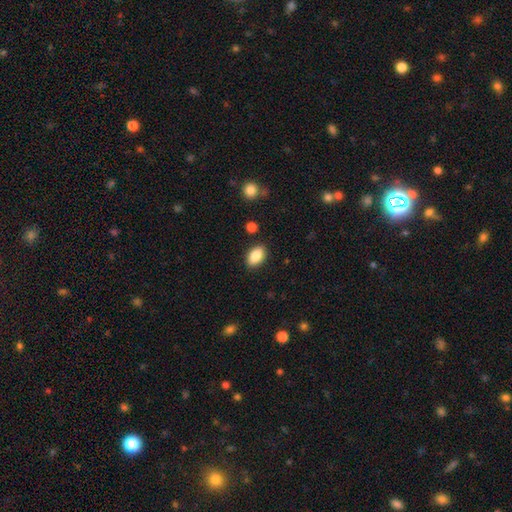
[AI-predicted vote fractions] Q: Smooth or featured?
A: smooth (86%); runner-up: star or artifact (7%)
Q: How rounded?
A: in between (90%); runner-up: round (7%)
Q: Merging?
A: none (87%); runner-up: minor disturbance (9%)